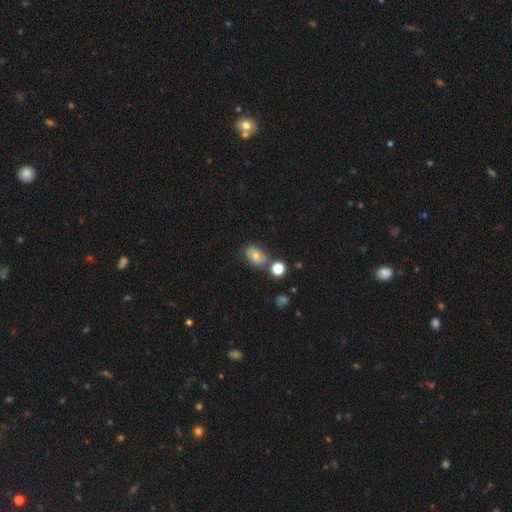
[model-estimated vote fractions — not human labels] A smooth galaxy with no disk features (61%) that is in between round and cigar-shaped (76%).

Vote fractions:
- Smooth or featured? smooth: 61% / featured or disk: 27% / star or artifact: 12%
- How rounded? in between: 76% / round: 22% / cigar-shaped: 1%
- Merging? none: 68% / minor disturbance: 17% / merger: 11% / major disturbance: 5%